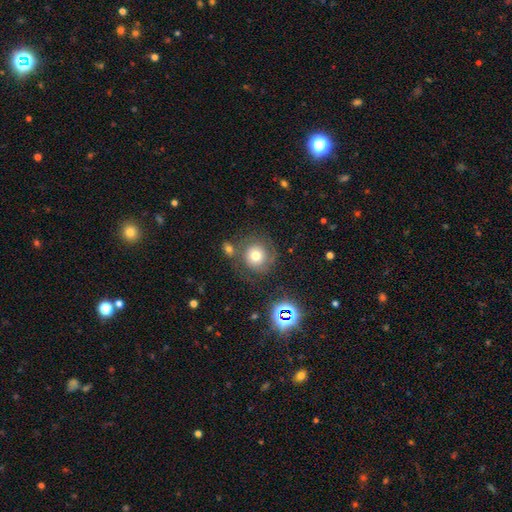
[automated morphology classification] Q: Smooth or featured?
A: smooth (57%); runner-up: featured or disk (29%)
Q: How rounded?
A: round (90%); runner-up: in between (9%)
Q: Merging?
A: none (65%); runner-up: minor disturbance (15%)